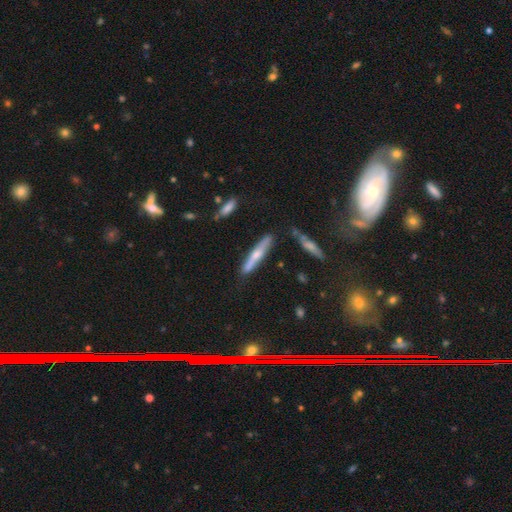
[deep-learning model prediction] Morphology: type=featured or disk (51%); edge-on=yes (92%); merging=none (78%).